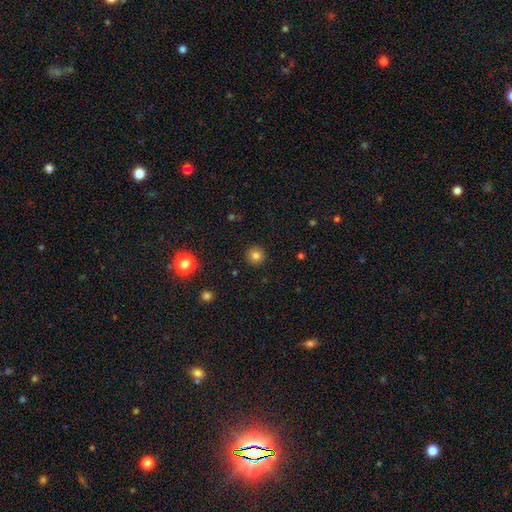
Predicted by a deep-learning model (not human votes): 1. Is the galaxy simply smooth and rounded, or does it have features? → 81% smooth, 13% star or artifact, 6% featured or disk.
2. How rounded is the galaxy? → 94% round, 5% in between, 1% cigar-shaped.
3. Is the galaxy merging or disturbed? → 92% none, 5% minor disturbance, 2% major disturbance, 1% merger.